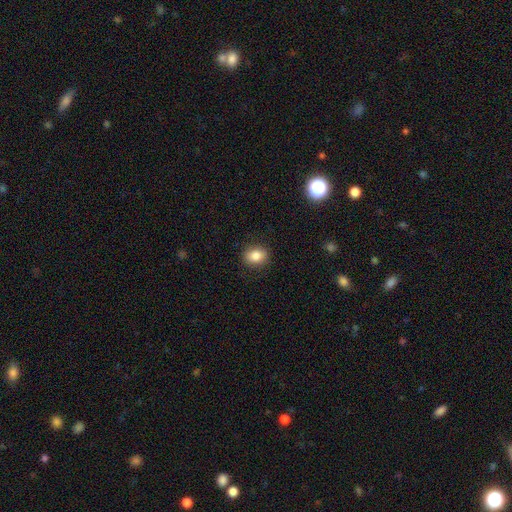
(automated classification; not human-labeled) Smooth or featured: smooth — 85% (star or artifact — 9%)
How rounded: in between — 58% (round — 41%)
Merging: none — 87% (minor disturbance — 10%)